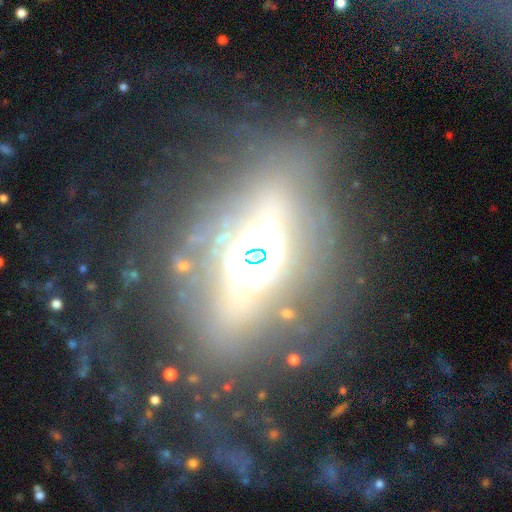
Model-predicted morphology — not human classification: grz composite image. It shows a featured or disk galaxy (61%). Merging: none (50%).